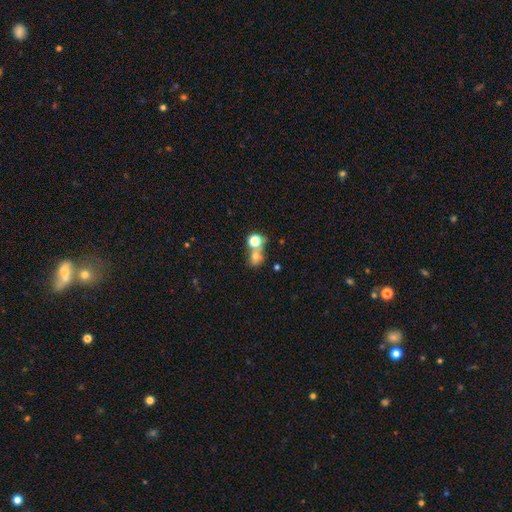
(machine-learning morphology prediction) A smooth galaxy with no disk features (66%) that is round (62%). Merging: merger (43%).